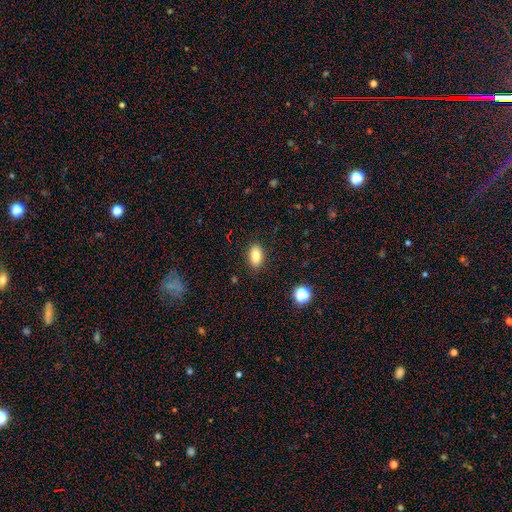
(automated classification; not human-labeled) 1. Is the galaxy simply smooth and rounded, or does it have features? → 82% smooth, 9% star or artifact, 8% featured or disk.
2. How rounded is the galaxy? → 90% in between, 8% round, 2% cigar-shaped.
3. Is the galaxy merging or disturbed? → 87% none, 9% minor disturbance, 2% major disturbance, 1% merger.